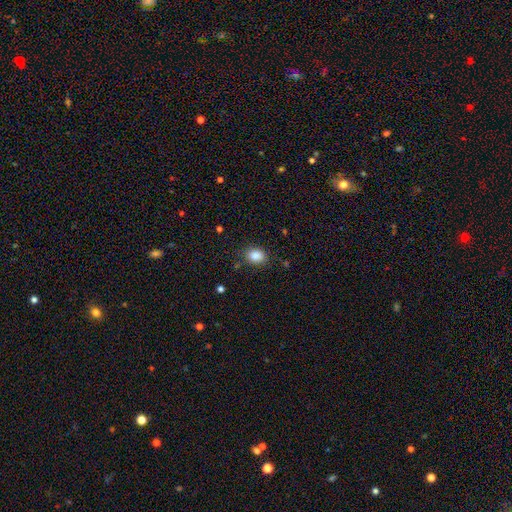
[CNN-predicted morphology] Q: Smooth or featured?
A: smooth (86%); runner-up: star or artifact (9%)
Q: How rounded?
A: in between (63%); runner-up: round (36%)
Q: Merging?
A: none (80%); runner-up: minor disturbance (14%)